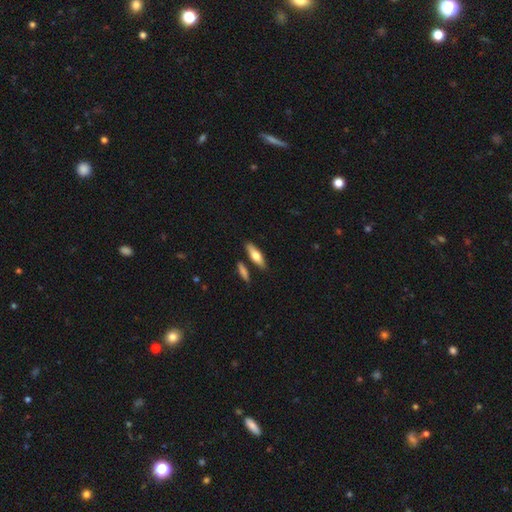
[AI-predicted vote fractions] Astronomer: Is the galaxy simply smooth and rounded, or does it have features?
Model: smooth — 62%.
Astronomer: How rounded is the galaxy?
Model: cigar-shaped — 54% (runner-up: in between, 43%).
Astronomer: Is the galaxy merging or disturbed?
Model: none — 81%.